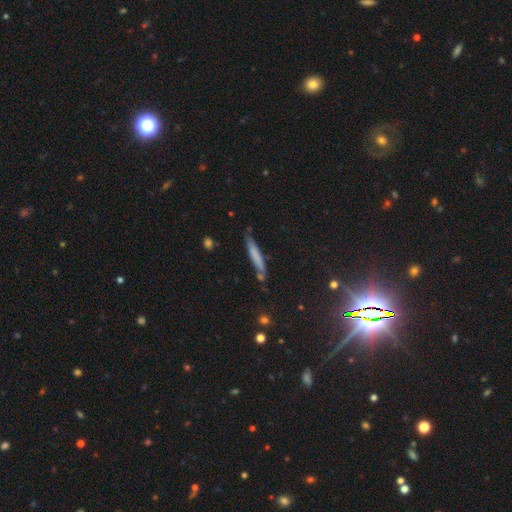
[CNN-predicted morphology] Smooth or featured?
  - smooth: 69% *
  - featured or disk: 23%
  - star or artifact: 8%
How rounded?
  - cigar-shaped: 93% *
  - in between: 5%
  - round: 1%
Merging?
  - none: 75% *
  - minor disturbance: 17%
  - merger: 5%
  - major disturbance: 3%